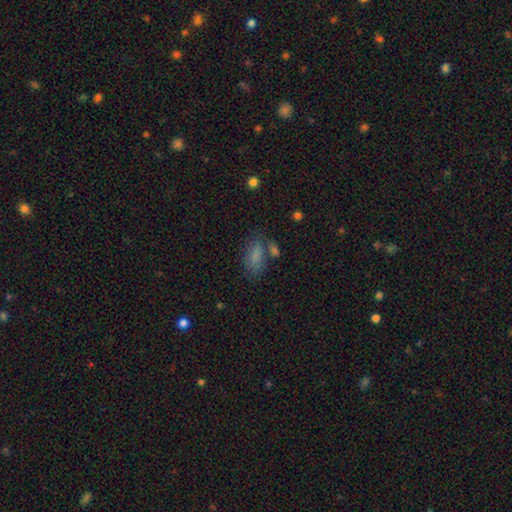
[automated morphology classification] type=smooth (77%); roundness=in between (85%); merging=none (60%).